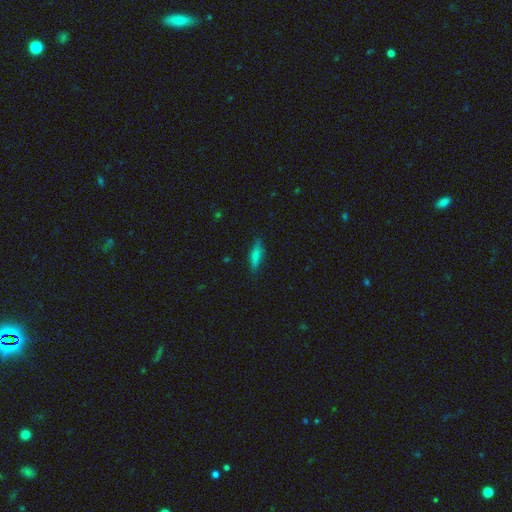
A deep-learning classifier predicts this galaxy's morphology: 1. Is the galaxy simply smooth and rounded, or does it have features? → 74% smooth, 18% featured or disk, 8% star or artifact.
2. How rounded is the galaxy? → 63% cigar-shaped, 35% in between, 2% round.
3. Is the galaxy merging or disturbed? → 82% none, 14% minor disturbance, 3% major disturbance, 1% merger.